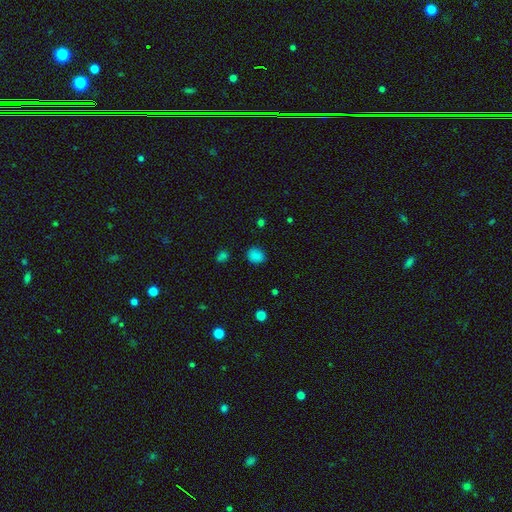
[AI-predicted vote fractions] Q: Smooth or featured?
A: smooth (82%); runner-up: star or artifact (14%)
Q: How rounded?
A: round (71%); runner-up: in between (28%)
Q: Merging?
A: none (84%); runner-up: minor disturbance (12%)